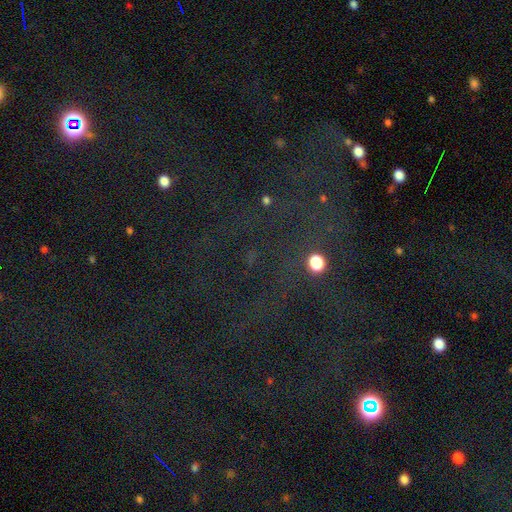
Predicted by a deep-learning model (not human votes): Morphology: type=star or artifact (75%).